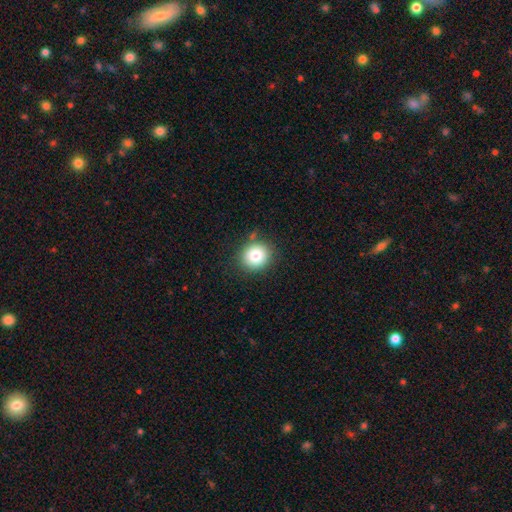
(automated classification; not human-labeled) Morphology: type=smooth (80%); roundness=round (88%); merging=none (84%).